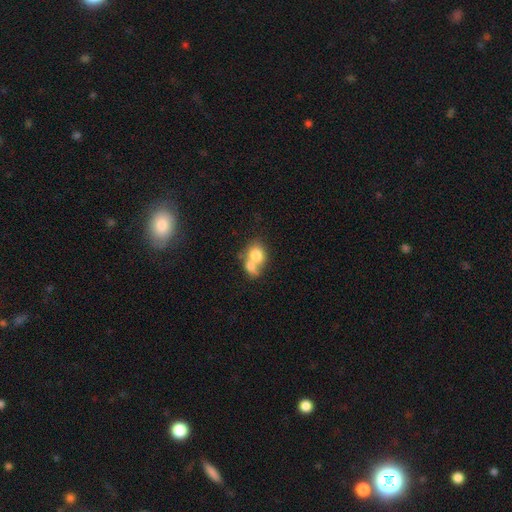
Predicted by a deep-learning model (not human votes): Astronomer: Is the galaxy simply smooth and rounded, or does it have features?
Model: smooth — 74%.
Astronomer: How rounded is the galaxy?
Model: in between — 52% (runner-up: round, 47%).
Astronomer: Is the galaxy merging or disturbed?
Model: merger — 68%.